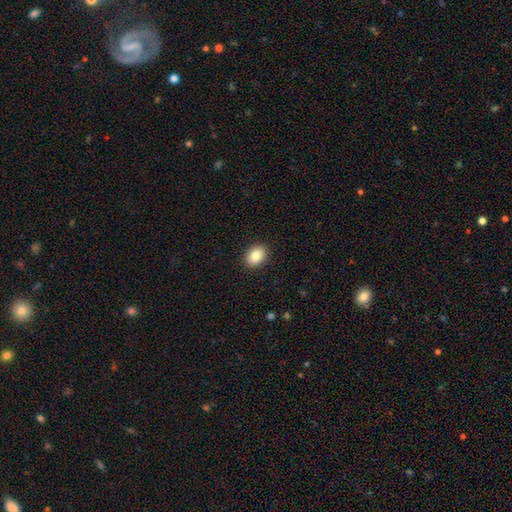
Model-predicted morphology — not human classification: smooth_or_featured: smooth (p=0.85) [alt: star or artifact p=0.08]
how_rounded: in between (p=0.74) [alt: round p=0.25]
merging: none (p=0.90) [alt: minor disturbance p=0.07]